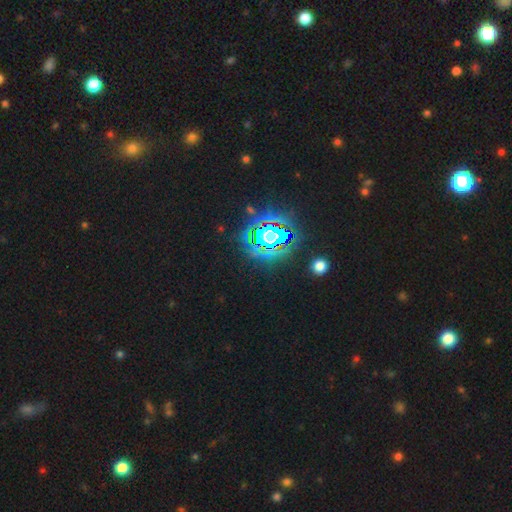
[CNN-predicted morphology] Overall: star or artifact (78%).